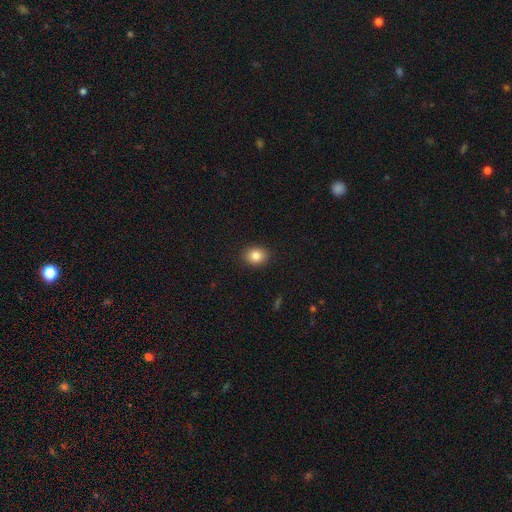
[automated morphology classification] Overall: smooth (84%). How rounded: round (51%; in between 48%). Merging: none (90%).